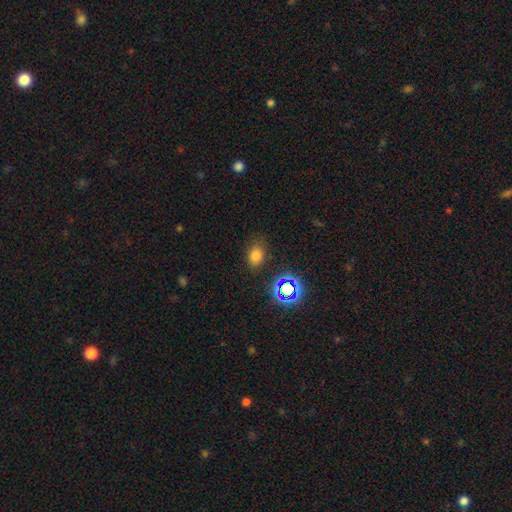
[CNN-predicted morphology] Smooth or featured?
  - smooth: 73% *
  - star or artifact: 20%
  - featured or disk: 7%
How rounded?
  - in between: 64% *
  - round: 35%
  - cigar-shaped: 1%
Merging?
  - none: 79% *
  - minor disturbance: 14%
  - major disturbance: 5%
  - merger: 2%